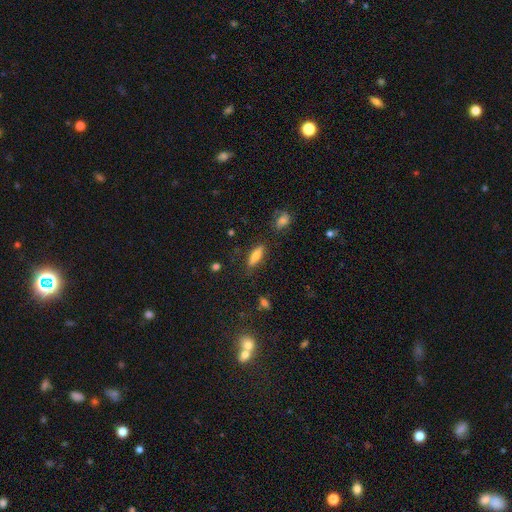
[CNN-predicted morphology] A smooth galaxy with no disk features (70%) that is cigar-shaped (50%). Merging: none (80%).